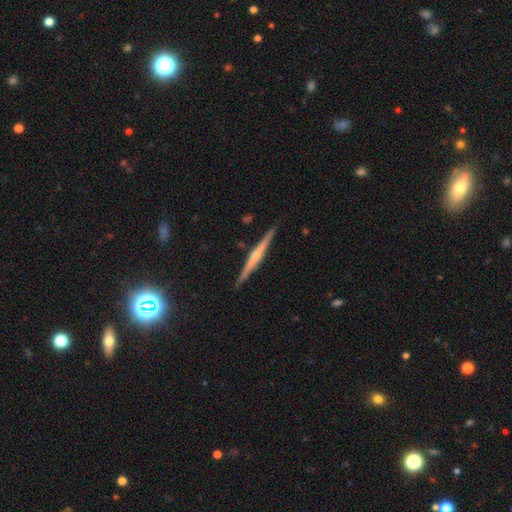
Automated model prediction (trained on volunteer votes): Morphology: type=featured or disk (67%); edge-on=yes (98%); edge-on bulge=rounded (45%); merging=none (90%).